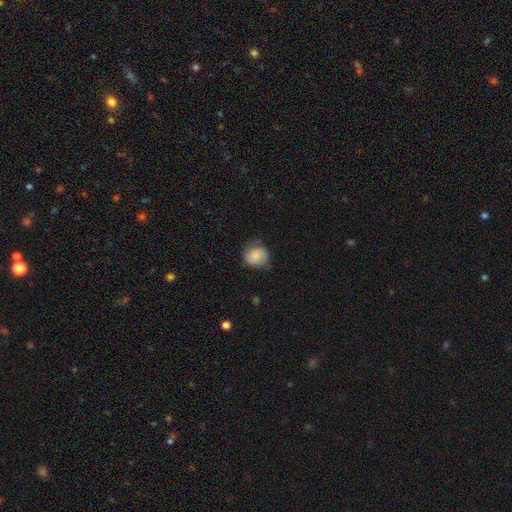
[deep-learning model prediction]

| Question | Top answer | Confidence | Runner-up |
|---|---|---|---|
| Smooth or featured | smooth | 71% | featured or disk (22%) |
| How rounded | round | 78% | in between (21%) |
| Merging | none | 61% | minor disturbance (29%) |